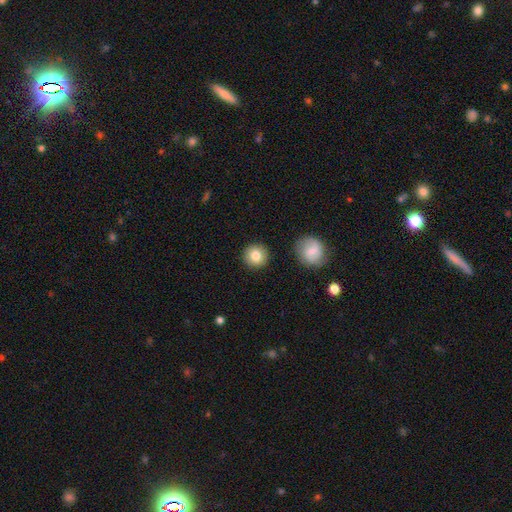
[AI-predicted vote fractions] Smooth or featured?
  - smooth: 82% *
  - featured or disk: 10%
  - star or artifact: 8%
How rounded?
  - round: 94% *
  - in between: 5%
  - cigar-shaped: 1%
Merging?
  - none: 89% *
  - minor disturbance: 7%
  - merger: 2%
  - major disturbance: 2%